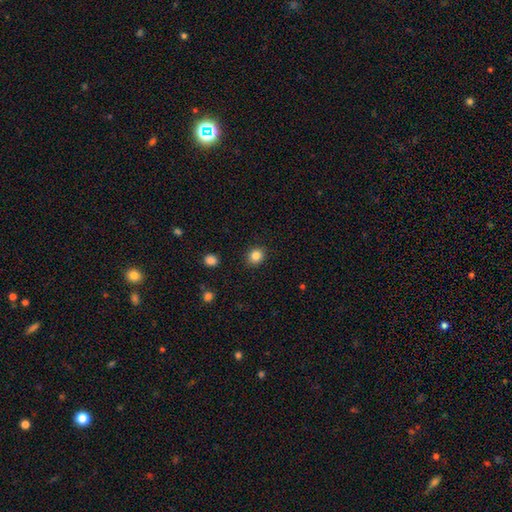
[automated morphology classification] Smooth or featured? Predicted: smooth (p=0.84). How rounded? Predicted: round (p=0.71). Merging? Predicted: none (p=0.89).